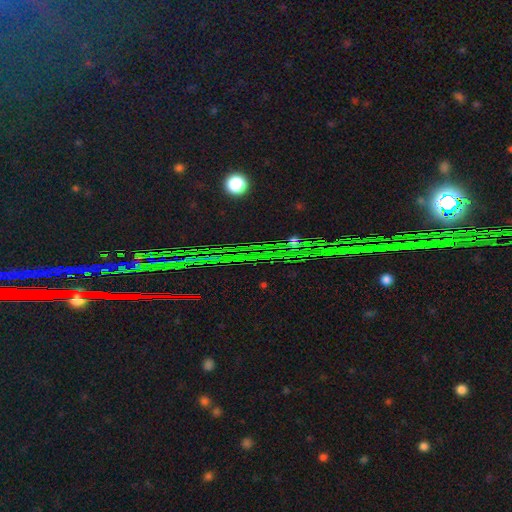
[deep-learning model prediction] The model was most divided on "smooth or featured": star or artifact: 68%, smooth: 20%, featured or disk: 11%.